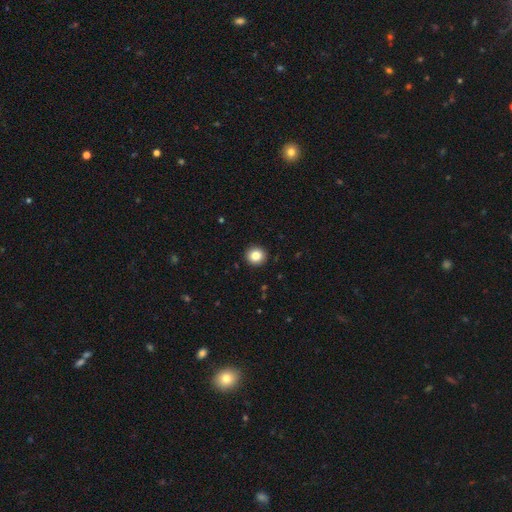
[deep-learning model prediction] The model was most divided on "smooth or featured": smooth: 84%, star or artifact: 10%, featured or disk: 6%. More confident: how rounded — round (93%); merging — none (93%).